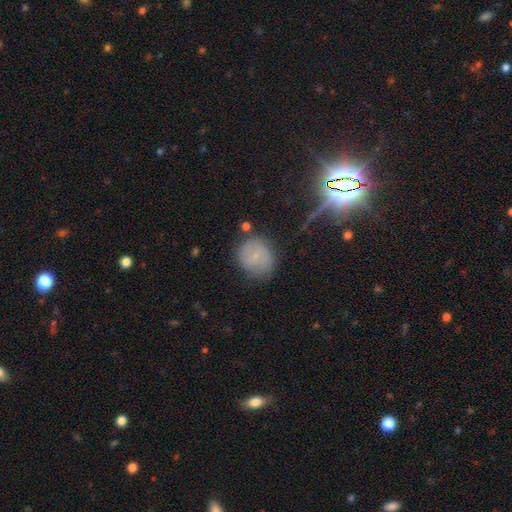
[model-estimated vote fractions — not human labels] Smooth or featured? Predicted: smooth (p=0.59). How rounded? Predicted: round (p=0.82). Merging? Predicted: none (p=0.71).